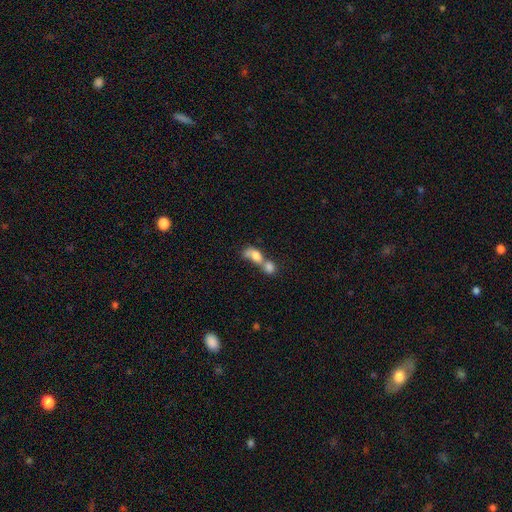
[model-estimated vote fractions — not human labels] Morphology: type=smooth (72%); roundness=in between (64%); merging=merger (80%).